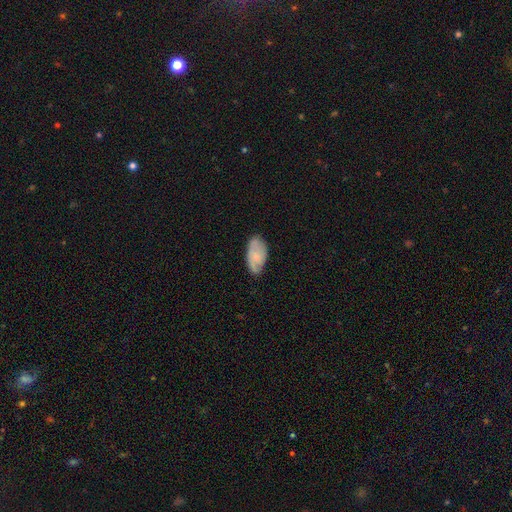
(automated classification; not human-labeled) Overall: smooth (56%; featured or disk 38%). How rounded: in between (93%). Merging: none (69%).